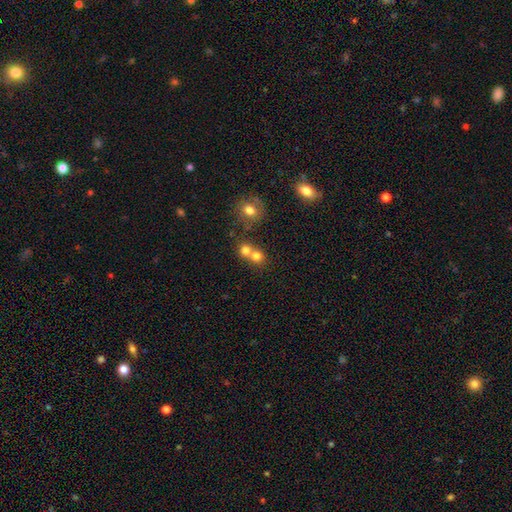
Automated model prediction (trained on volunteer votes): Morphology: type=smooth (76%); roundness=round (84%); merging=merger (53%).